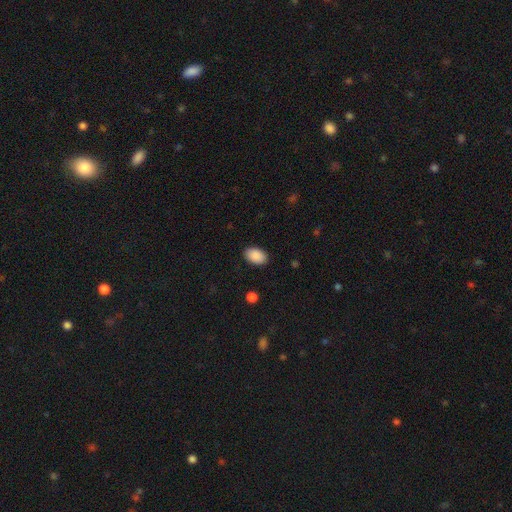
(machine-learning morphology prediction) A smooth galaxy with no disk features (90%) that is in between round and cigar-shaped (91%).

Vote fractions:
- Smooth or featured? smooth: 90% / star or artifact: 7% / featured or disk: 3%
- How rounded? in between: 91% / round: 8% / cigar-shaped: 1%
- Merging? none: 89% / minor disturbance: 8% / major disturbance: 2% / merger: 1%